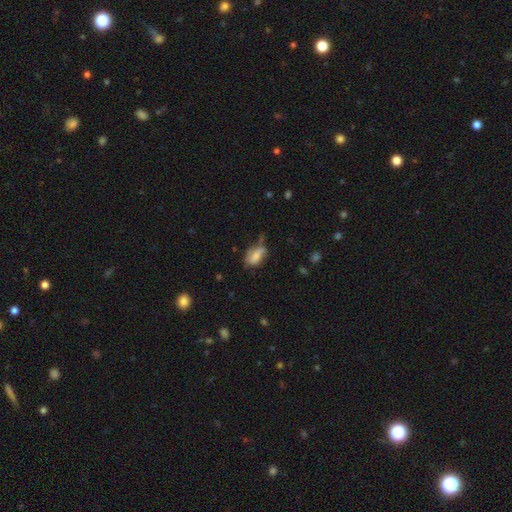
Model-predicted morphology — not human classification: Smooth or featured? smooth (69%)
How rounded? in between (89%)
Merging? none (38%)